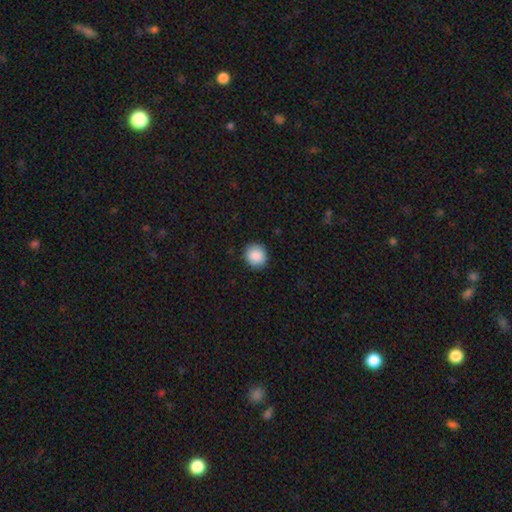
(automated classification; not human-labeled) smooth-or-featured: smooth: 89% | star or artifact: 8% | featured or disk: 3%
  how-rounded: round: 84% | in between: 15% | cigar-shaped: 1%
  merging: none: 89% | minor disturbance: 8% | major disturbance: 2% | merger: 1%